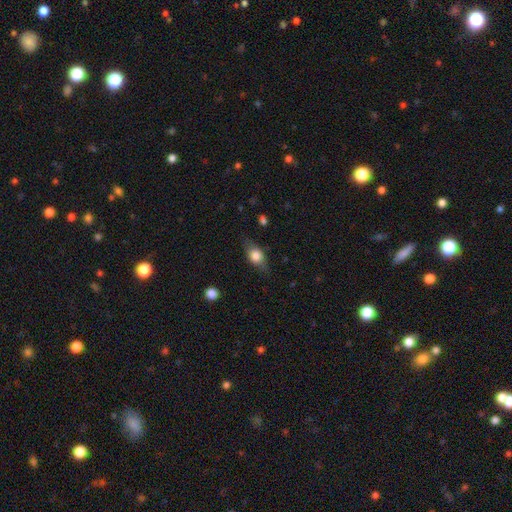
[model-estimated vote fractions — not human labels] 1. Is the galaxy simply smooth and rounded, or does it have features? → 67% smooth, 25% featured or disk, 8% star or artifact.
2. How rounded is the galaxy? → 73% in between, 17% round, 9% cigar-shaped.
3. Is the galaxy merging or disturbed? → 75% none, 18% minor disturbance, 5% major disturbance, 1% merger.